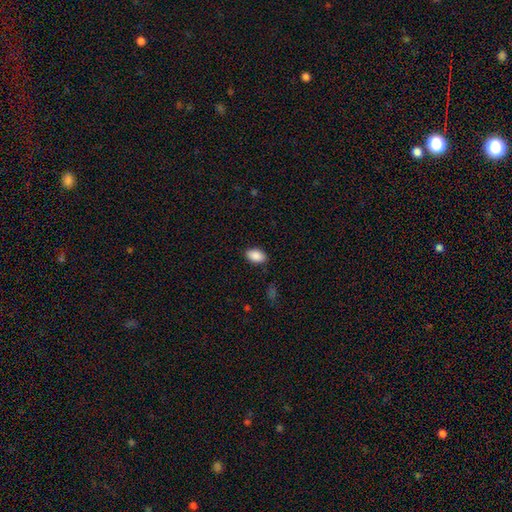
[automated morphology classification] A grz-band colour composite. It shows a smooth galaxy with no disk features (89%) that is in between round and cigar-shaped (92%). Merging: none (87%).